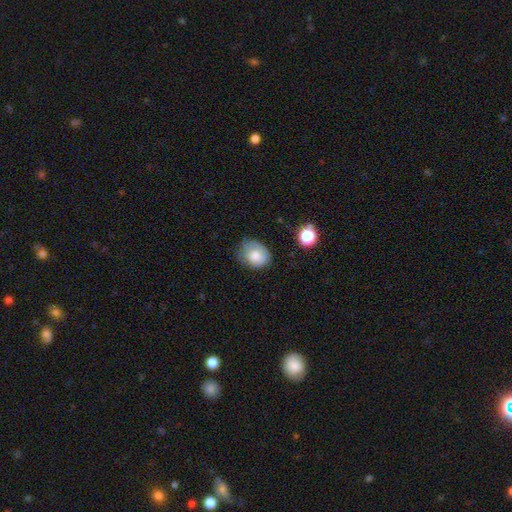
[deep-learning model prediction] Q: Smooth or featured?
A: smooth (77%); runner-up: featured or disk (14%)
Q: How rounded?
A: round (54%); runner-up: in between (45%)
Q: Merging?
A: none (57%); runner-up: minor disturbance (31%)